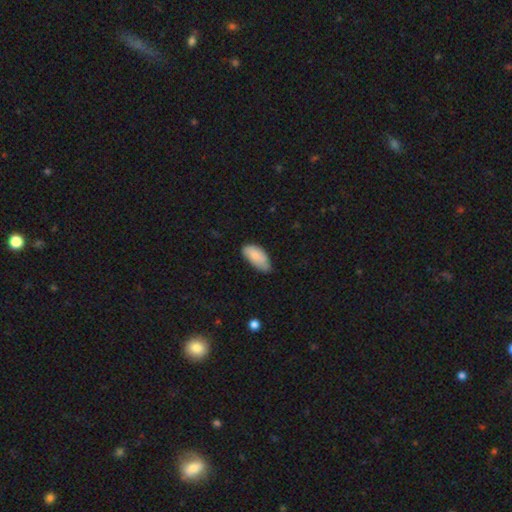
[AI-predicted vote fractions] Smooth or featured? smooth (81%)
How rounded? in between (93%)
Merging? none (48%)